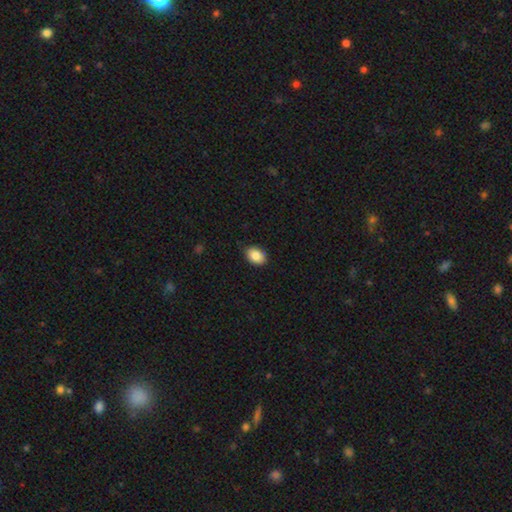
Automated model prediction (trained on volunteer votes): A smooth galaxy with no disk features (87%) that is in between round and cigar-shaped (80%). Merging: none (85%).